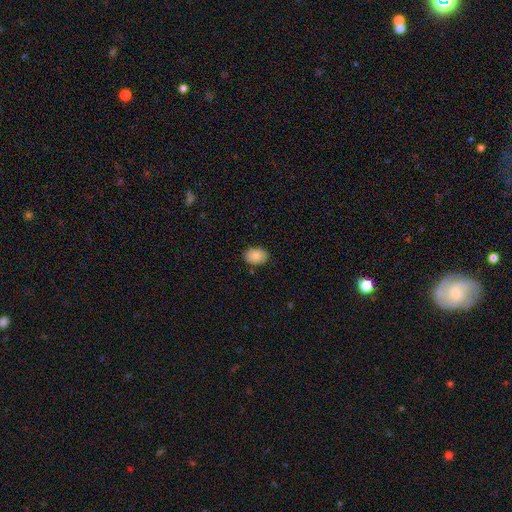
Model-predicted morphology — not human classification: The model was most divided on "how rounded": in between: 75%, round: 24%, cigar-shaped: 1%. More confident: merging — none (87%); smooth or featured — smooth (84%).